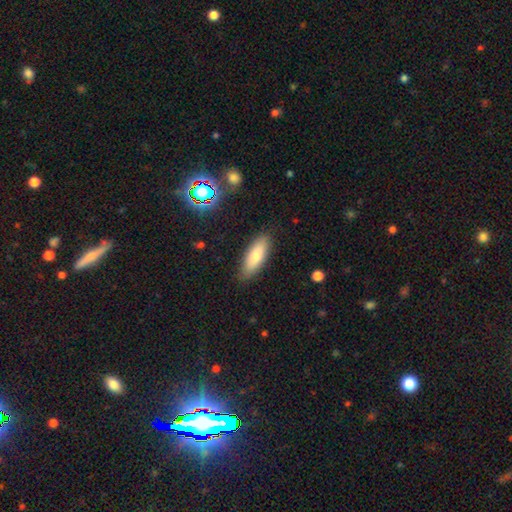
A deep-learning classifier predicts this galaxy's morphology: smooth 75%, featured or disk 18%, star or artifact 8%. Down the decision tree: how rounded — in between (61%); merging — none (86%).